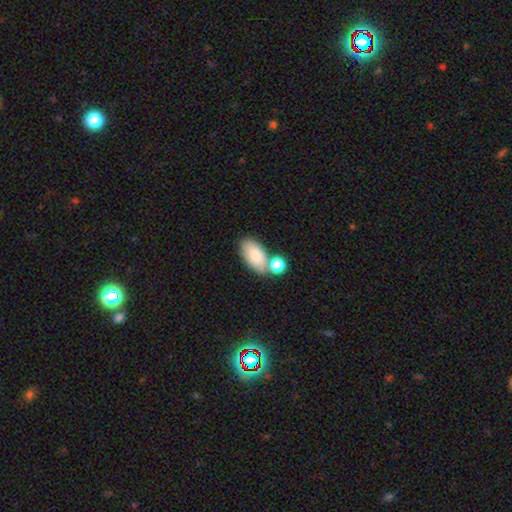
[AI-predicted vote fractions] Smooth or featured? smooth (80%)
How rounded? in between (93%)
Merging? none (59%)